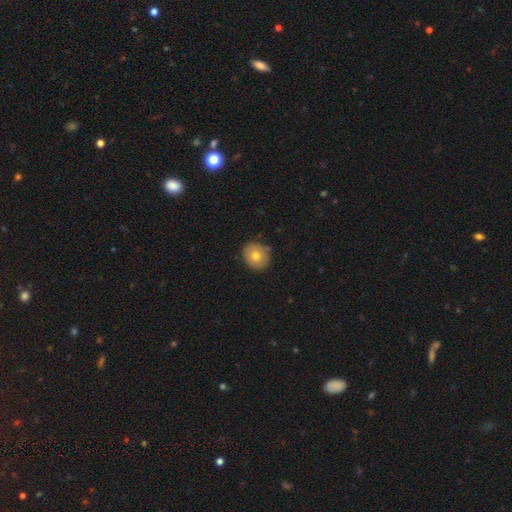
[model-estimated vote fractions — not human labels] A smooth galaxy with no disk features (74%) that is round (82%).

Vote fractions:
- Smooth or featured? smooth: 74% / featured or disk: 17% / star or artifact: 9%
- How rounded? round: 82% / in between: 17% / cigar-shaped: 1%
- Merging? none: 85% / minor disturbance: 12% / major disturbance: 2% / merger: 1%